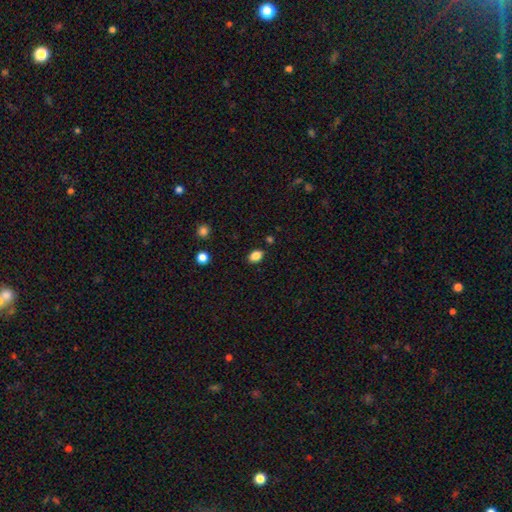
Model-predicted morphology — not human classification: This is clearly a smooth galaxy (86%). How rounded: likely in between (79%). Merging: clearly none (85%).